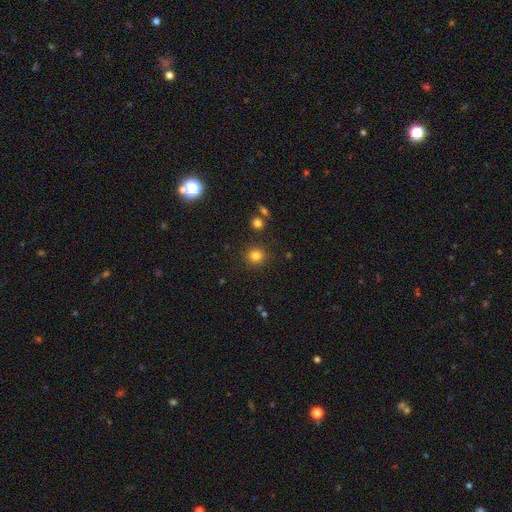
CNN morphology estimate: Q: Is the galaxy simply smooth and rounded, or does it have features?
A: smooth — 81%.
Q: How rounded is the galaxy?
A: round — 90%.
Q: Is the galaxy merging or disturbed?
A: none — 88%.